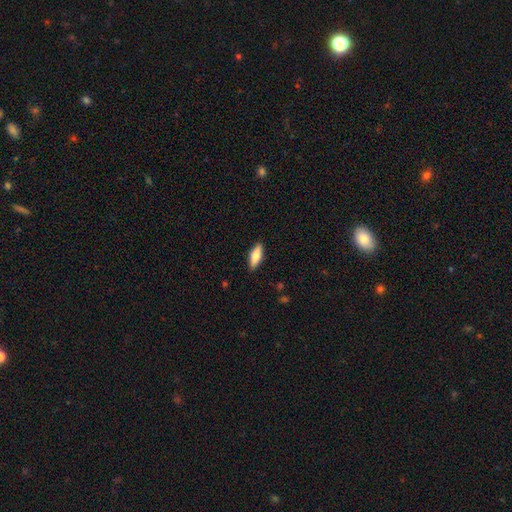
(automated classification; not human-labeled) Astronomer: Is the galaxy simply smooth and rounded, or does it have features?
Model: smooth — 74%.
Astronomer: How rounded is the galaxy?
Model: in between — 66%.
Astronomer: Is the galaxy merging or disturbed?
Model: none — 88%.